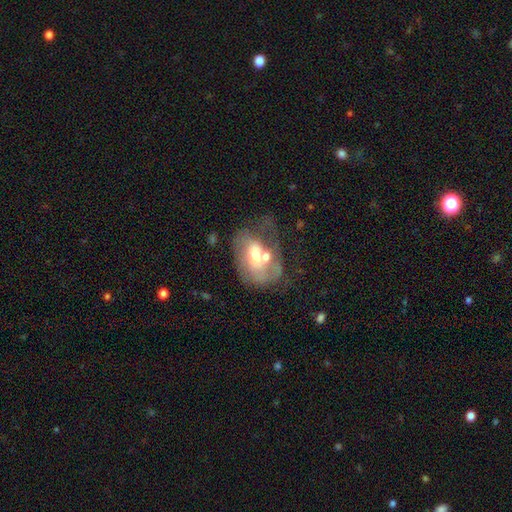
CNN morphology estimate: This is possibly a featured or disk galaxy (54%). It is clearly not viewed edge-on (95%). Bar: likely no (69%). Spiral arm pattern: possibly no (59%). Central bulge: likely moderate (63%). Merging: marginally merger (35%).